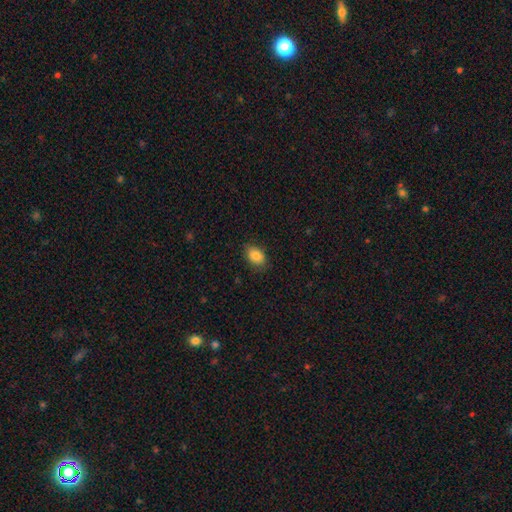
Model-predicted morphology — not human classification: Smooth or featured: smooth — 86% (star or artifact — 8%)
How rounded: in between — 82% (round — 17%)
Merging: none — 82% (minor disturbance — 14%)